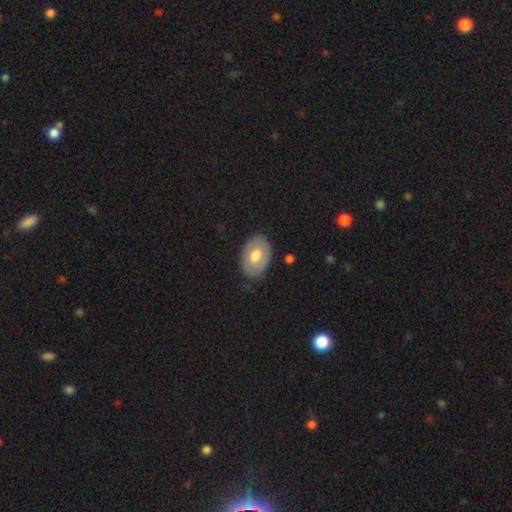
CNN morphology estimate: Smooth or featured?
  - smooth: 62% *
  - featured or disk: 32%
  - star or artifact: 6%
How rounded?
  - in between: 86% *
  - round: 13%
  - cigar-shaped: 1%
Merging?
  - none: 82% *
  - minor disturbance: 13%
  - major disturbance: 3%
  - merger: 1%